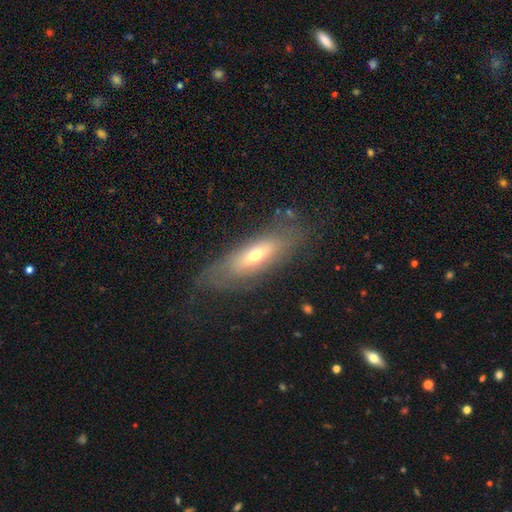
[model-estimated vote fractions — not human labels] A featured or disk galaxy (48%). Merging: none (67%).